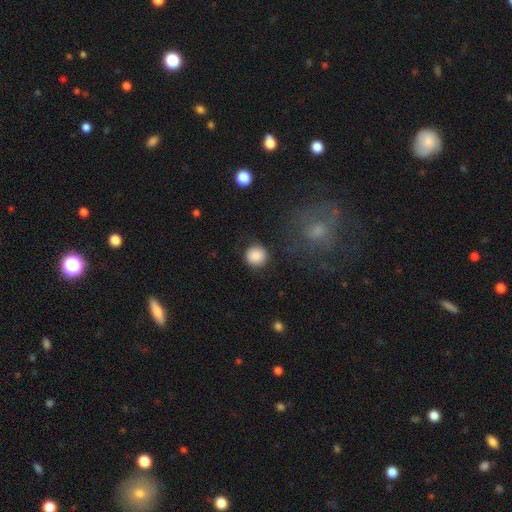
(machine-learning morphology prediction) smooth_or_featured: smooth (p=0.86) [alt: star or artifact p=0.09]
how_rounded: round (p=0.94) [alt: in between p=0.05]
merging: none (p=0.87) [alt: minor disturbance p=0.08]